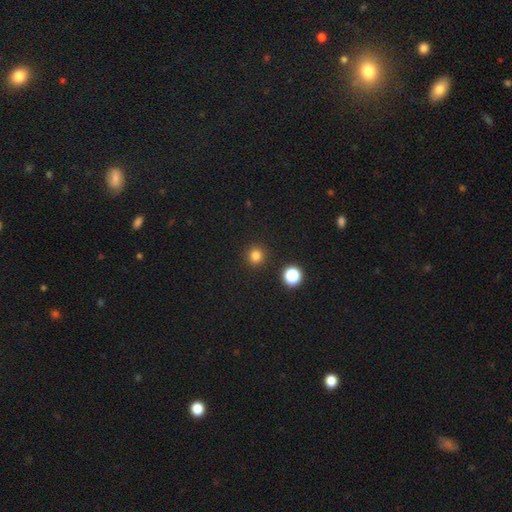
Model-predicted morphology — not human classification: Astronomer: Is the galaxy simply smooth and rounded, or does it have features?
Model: smooth — 81%.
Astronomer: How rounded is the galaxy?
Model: round — 93%.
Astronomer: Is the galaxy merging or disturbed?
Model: none — 91%.